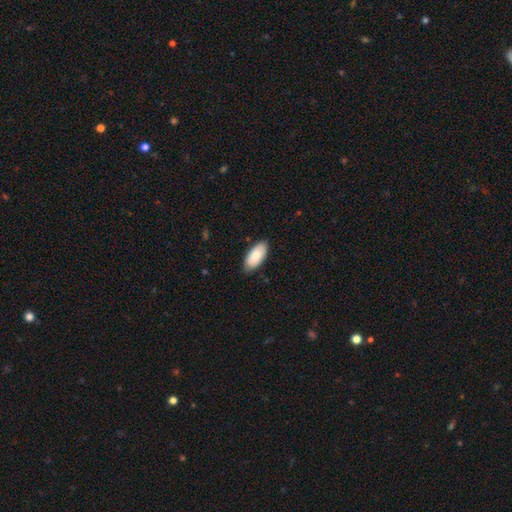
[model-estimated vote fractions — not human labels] Smooth or featured? Predicted: smooth (p=0.84). How rounded? Predicted: in between (p=0.94). Merging? Predicted: none (p=0.83).